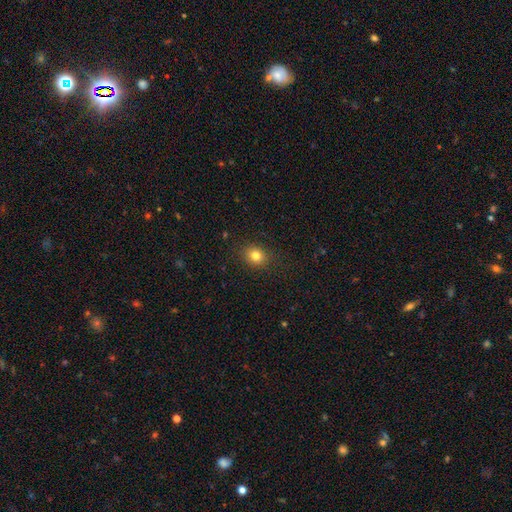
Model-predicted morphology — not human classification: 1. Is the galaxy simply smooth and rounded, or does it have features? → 80% smooth, 13% star or artifact, 7% featured or disk.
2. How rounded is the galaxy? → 69% round, 30% in between, 1% cigar-shaped.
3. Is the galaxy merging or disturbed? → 86% none, 9% minor disturbance, 3% major disturbance, 1% merger.